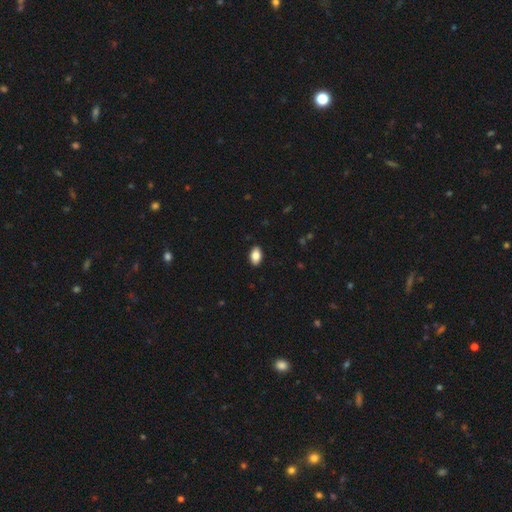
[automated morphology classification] type=smooth (85%); roundness=in between (92%); merging=none (90%).